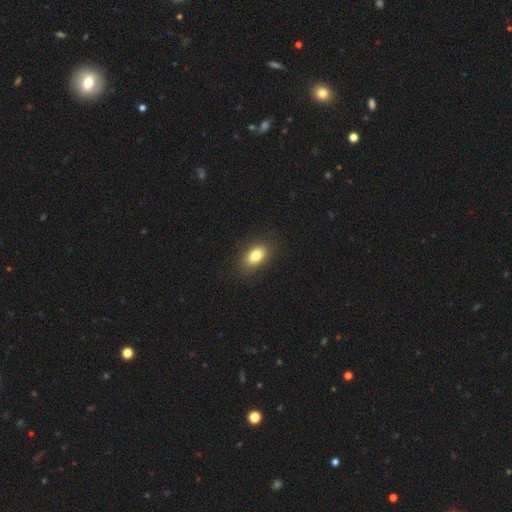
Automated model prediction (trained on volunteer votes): Smooth or featured? smooth (81%)
How rounded? in between (85%)
Merging? none (86%)